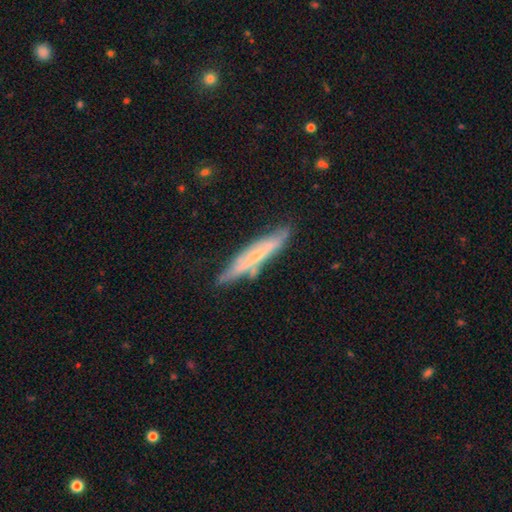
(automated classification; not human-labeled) A featured or disk galaxy (53%) viewed edge-on (83%).

Vote fractions:
- Smooth or featured? featured or disk: 53% / smooth: 40% / star or artifact: 6%
- Edge-on disk? yes: 83% / no: 17%
- Merging? none: 67% / minor disturbance: 21% / merger: 7% / major disturbance: 5%